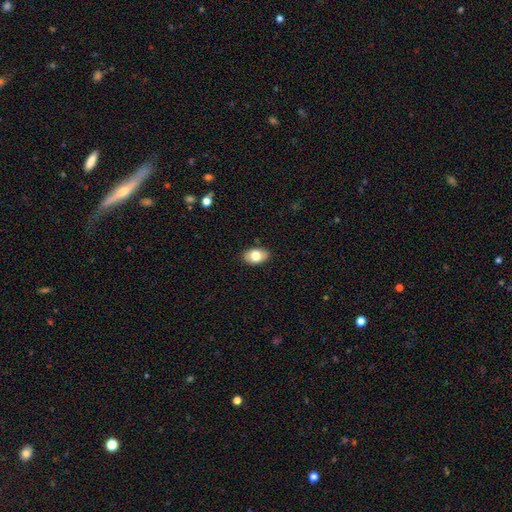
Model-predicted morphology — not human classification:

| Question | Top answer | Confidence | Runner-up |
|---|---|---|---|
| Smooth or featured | smooth | 79% | featured or disk (13%) |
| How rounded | in between | 89% | round (10%) |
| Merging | none | 86% | minor disturbance (11%) |